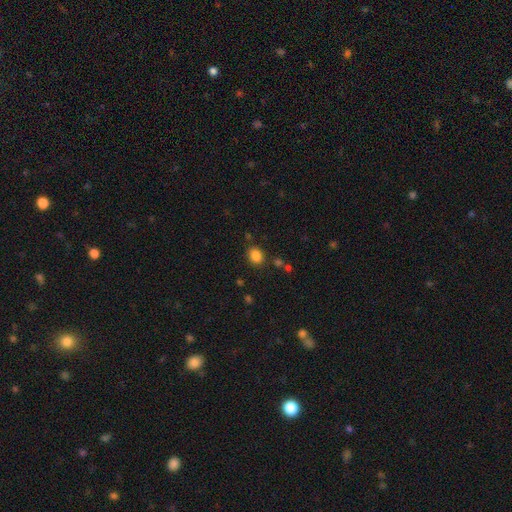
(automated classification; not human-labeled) Q: Smooth or featured?
A: smooth (84%); runner-up: star or artifact (12%)
Q: How rounded?
A: in between (51%); runner-up: round (48%)
Q: Merging?
A: none (80%); runner-up: minor disturbance (12%)